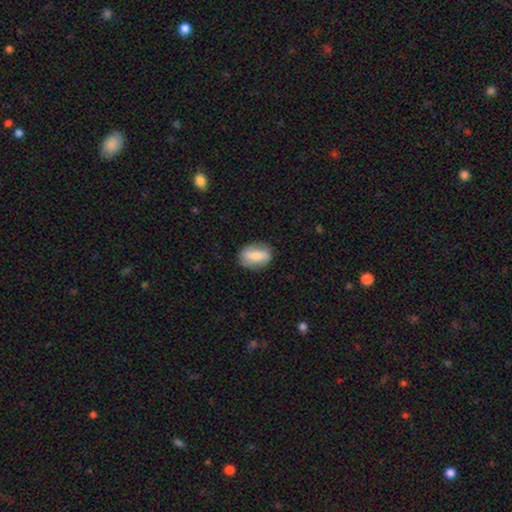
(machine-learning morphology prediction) smooth_or_featured: smooth (p=0.72) [alt: featured or disk p=0.22]
how_rounded: in between (p=0.82) [alt: round p=0.13]
merging: none (p=0.80) [alt: minor disturbance p=0.15]